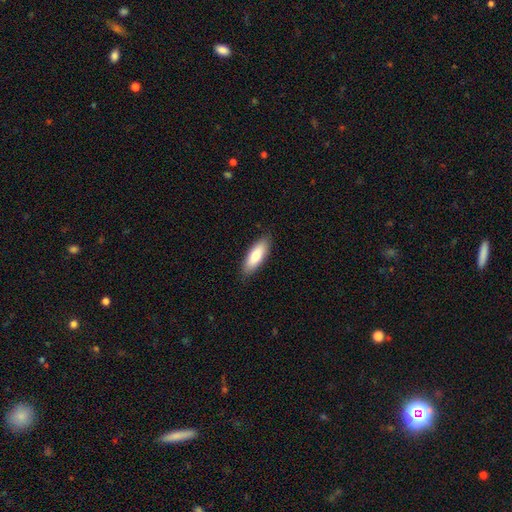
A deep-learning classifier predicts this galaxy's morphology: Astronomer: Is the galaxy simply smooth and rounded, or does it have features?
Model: smooth — 78%.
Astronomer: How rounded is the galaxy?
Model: in between — 63%.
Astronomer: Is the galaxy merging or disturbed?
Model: none — 86%.